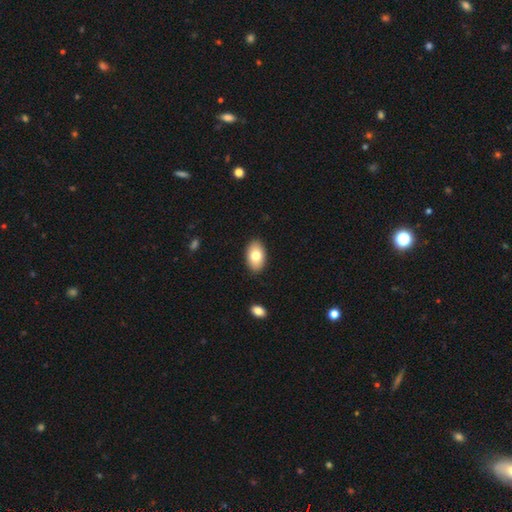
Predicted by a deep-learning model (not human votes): Overall: smooth (77%). How rounded: in between (93%). Merging: none (89%).